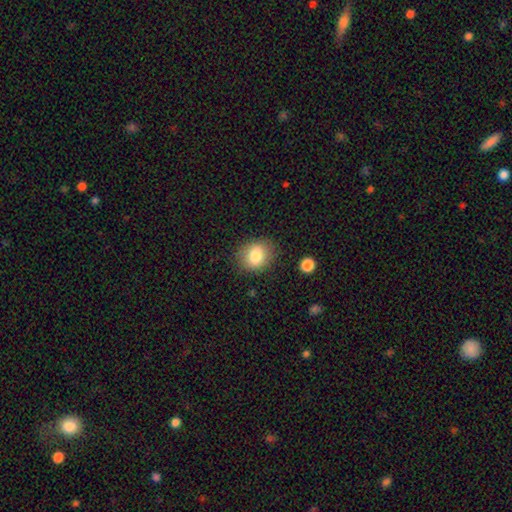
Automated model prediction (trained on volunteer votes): Smooth or featured: smooth — 81% (star or artifact — 9%)
How rounded: round — 58% (in between — 41%)
Merging: none — 83% (minor disturbance — 12%)